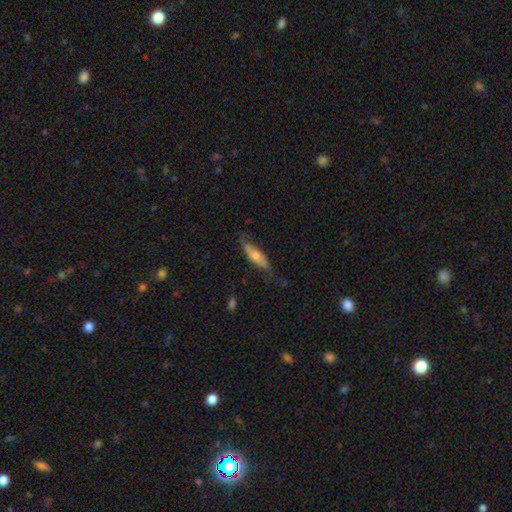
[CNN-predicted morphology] A smooth galaxy with no disk features (59%) that is in between round and cigar-shaped (54%).

Vote fractions:
- Smooth or featured? smooth: 59% / featured or disk: 35% / star or artifact: 6%
- How rounded? in between: 54% / cigar-shaped: 44% / round: 2%
- Merging? none: 62% / minor disturbance: 28% / major disturbance: 8% / merger: 2%